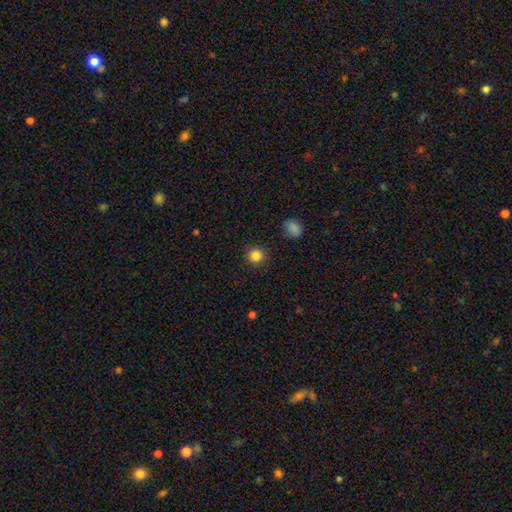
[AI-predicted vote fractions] Morphology: type=smooth (86%); roundness=round (94%); merging=none (91%).